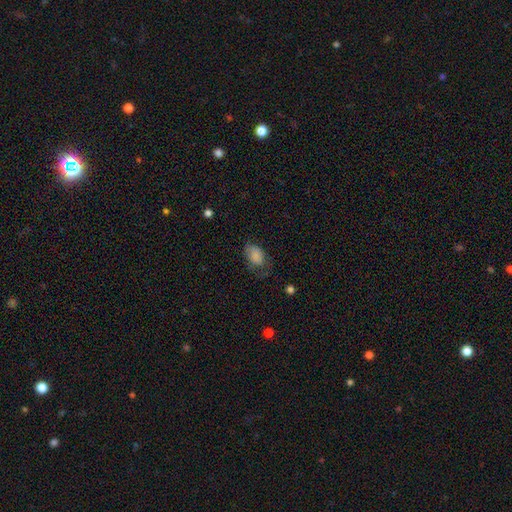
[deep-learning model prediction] smooth 82%, featured or disk 9%, star or artifact 9%. Down the decision tree: how rounded — in between (86%); merging — none (51%).